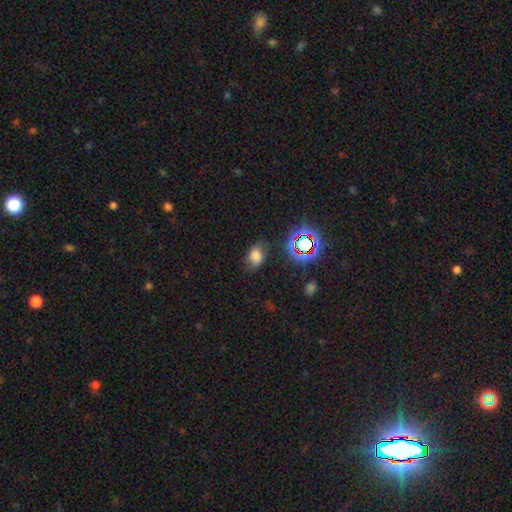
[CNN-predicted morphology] A smooth galaxy with no disk features (66%) that is in between round and cigar-shaped (77%). Merging: none (68%).